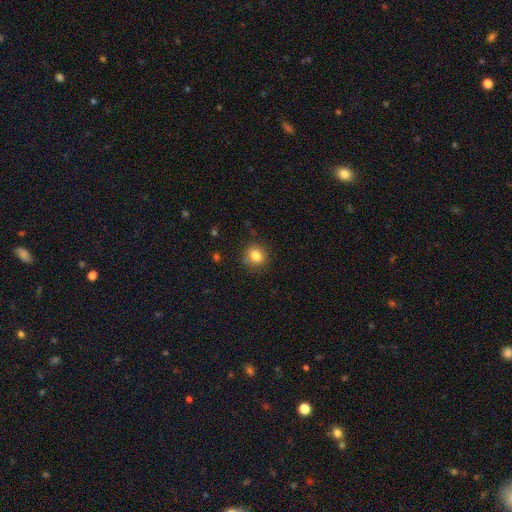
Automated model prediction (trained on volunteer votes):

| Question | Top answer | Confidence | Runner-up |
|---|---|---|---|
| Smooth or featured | smooth | 83% | star or artifact (11%) |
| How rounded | round | 75% | in between (24%) |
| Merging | none | 84% | minor disturbance (12%) |